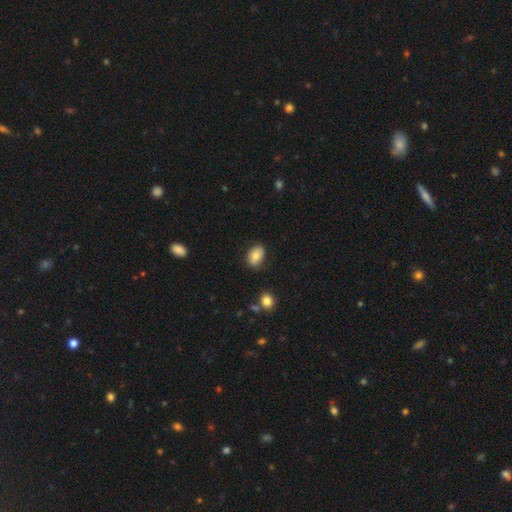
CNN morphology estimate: A smooth galaxy with no disk features (79%) that is in between round and cigar-shaped (81%). Merging: none (76%).